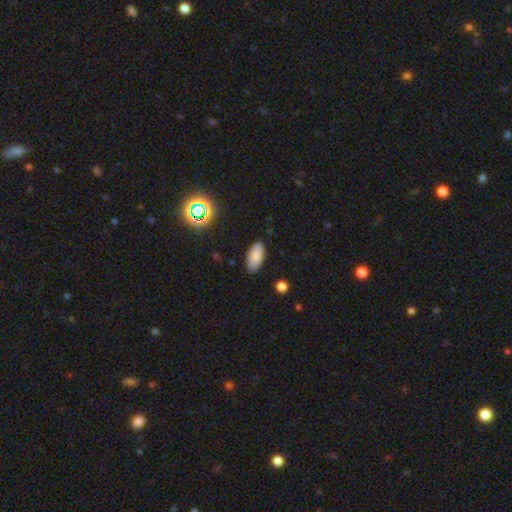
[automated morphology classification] A smooth galaxy with no disk features (84%) that is in between round and cigar-shaped (91%). Merging: none (84%).